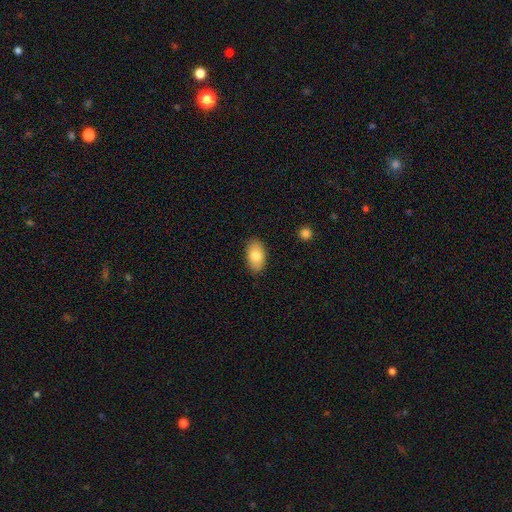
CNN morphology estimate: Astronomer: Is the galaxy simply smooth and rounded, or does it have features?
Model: smooth — 81%.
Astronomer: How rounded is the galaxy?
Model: in between — 93%.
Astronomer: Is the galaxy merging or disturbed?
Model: none — 87%.